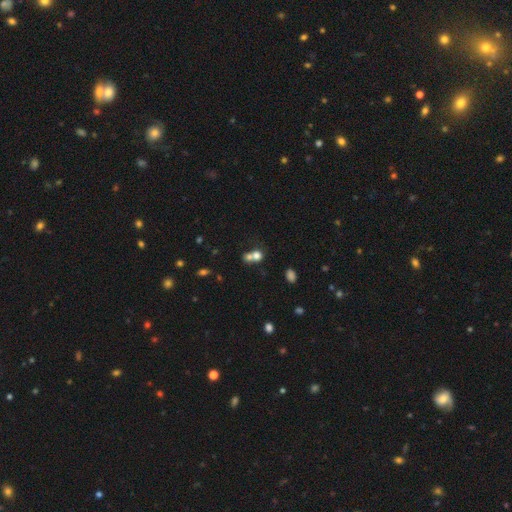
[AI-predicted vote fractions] smooth_or_featured: smooth (p=0.73) [alt: star or artifact p=0.14]
how_rounded: round (p=0.65) [alt: in between p=0.33]
merging: merger (p=0.59) [alt: none p=0.30]